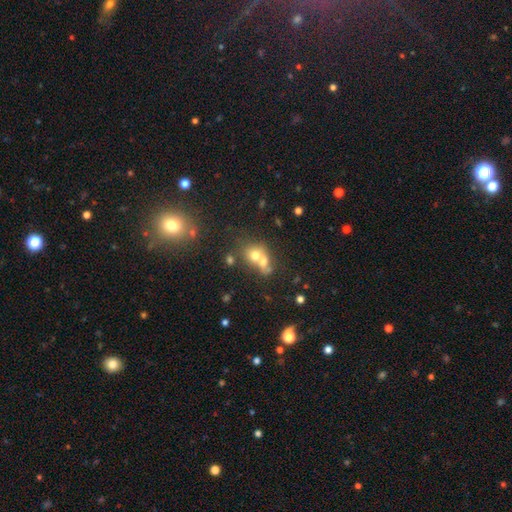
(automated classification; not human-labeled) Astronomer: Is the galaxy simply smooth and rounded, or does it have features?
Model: smooth — 65%.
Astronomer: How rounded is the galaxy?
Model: round — 67%.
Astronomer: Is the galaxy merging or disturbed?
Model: merger — 60%.